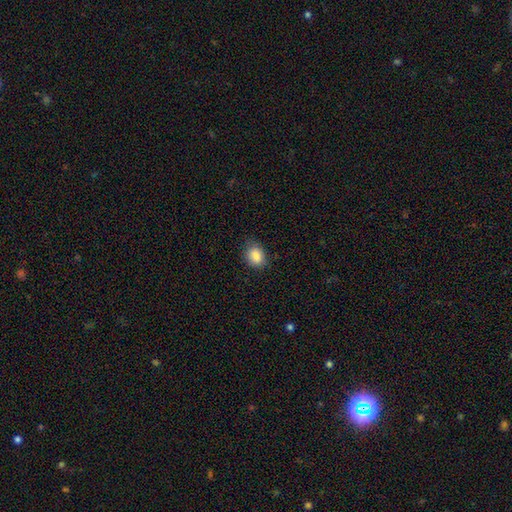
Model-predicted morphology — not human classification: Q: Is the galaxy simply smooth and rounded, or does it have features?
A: smooth — 86%.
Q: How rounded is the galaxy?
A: in between — 57%.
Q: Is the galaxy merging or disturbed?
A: none — 78%.